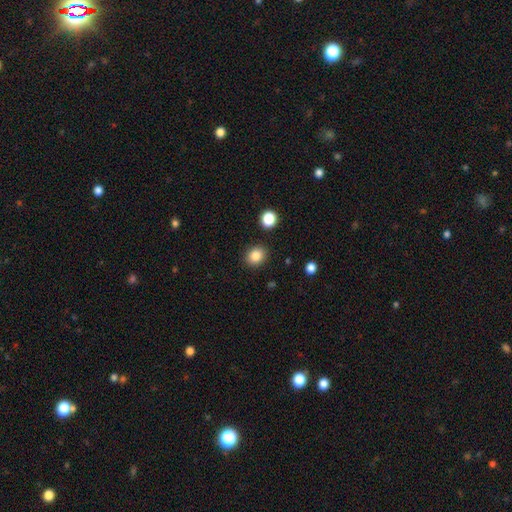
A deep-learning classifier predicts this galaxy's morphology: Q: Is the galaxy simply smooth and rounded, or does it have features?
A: smooth — 84%.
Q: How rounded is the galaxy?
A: round — 69%.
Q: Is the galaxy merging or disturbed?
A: none — 89%.